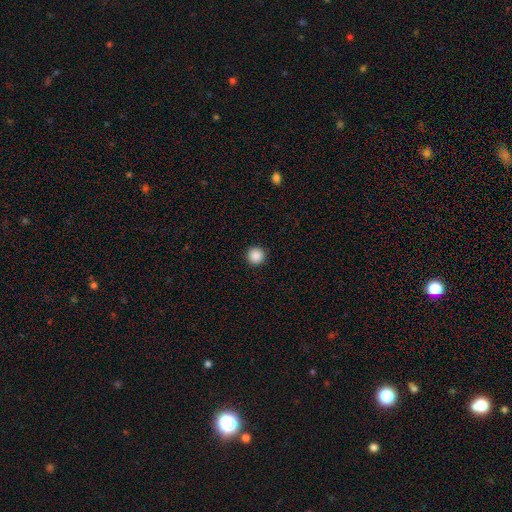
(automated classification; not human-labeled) A smooth galaxy with no disk features (88%) that is round (96%).

Vote fractions:
- Smooth or featured? smooth: 88% / star or artifact: 9% / featured or disk: 2%
- How rounded? round: 96% / in between: 3% / cigar-shaped: 1%
- Merging? none: 93% / minor disturbance: 4% / major disturbance: 2% / merger: 1%